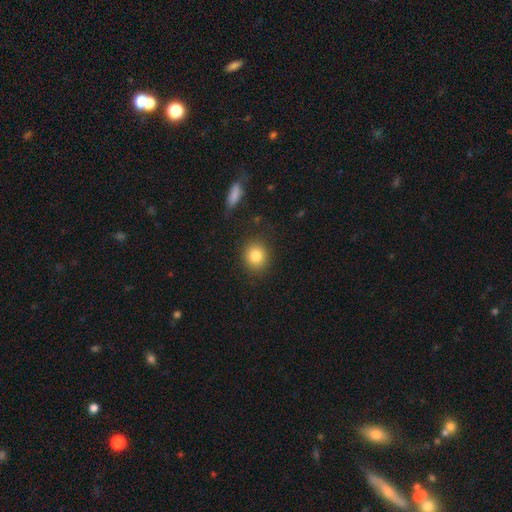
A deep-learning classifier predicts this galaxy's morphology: Overall: smooth (83%). How rounded: round (76%). Merging: none (86%).